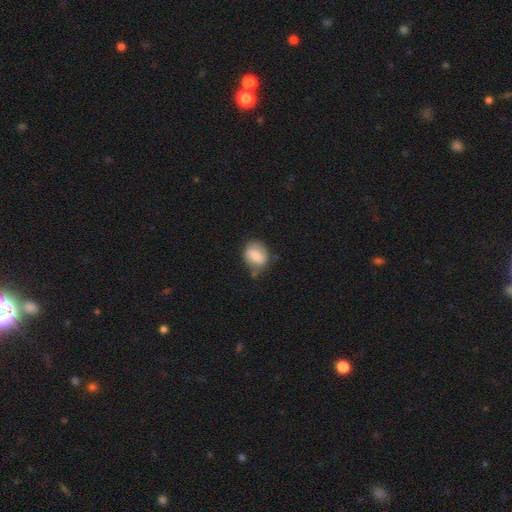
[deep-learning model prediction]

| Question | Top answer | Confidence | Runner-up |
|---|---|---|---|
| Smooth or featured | smooth | 72% | featured or disk (20%) |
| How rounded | round | 55% | in between (44%) |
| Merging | none | 55% | minor disturbance (30%) |